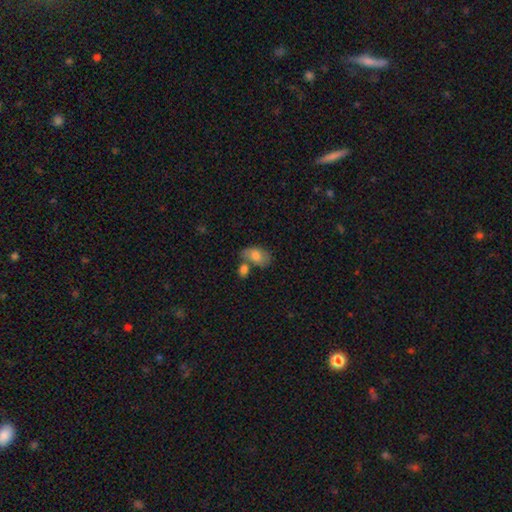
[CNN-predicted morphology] This appears to be a smooth galaxy with no disk features (74%) that is in between round and cigar-shaped (88%). Merging: none (41%).